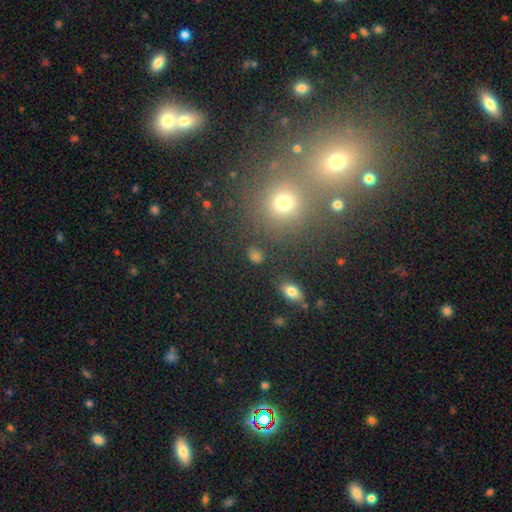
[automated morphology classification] A smooth galaxy with no disk features (52%) that is round (68%). Merging: none (73%).